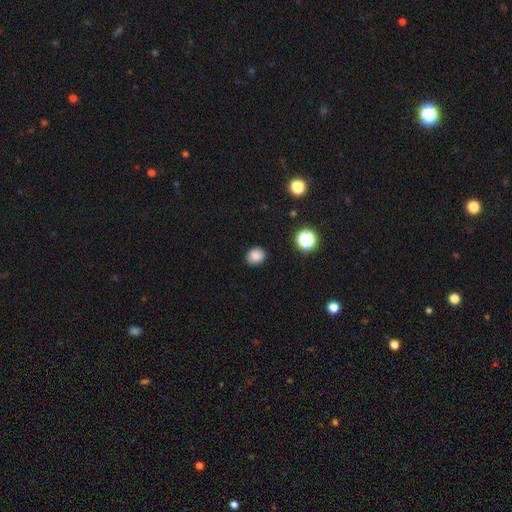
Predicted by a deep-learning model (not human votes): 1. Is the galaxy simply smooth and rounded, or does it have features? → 84% smooth, 12% star or artifact, 4% featured or disk.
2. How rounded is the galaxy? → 69% round, 30% in between, 1% cigar-shaped.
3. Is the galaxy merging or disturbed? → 88% none, 8% minor disturbance, 2% major disturbance, 1% merger.